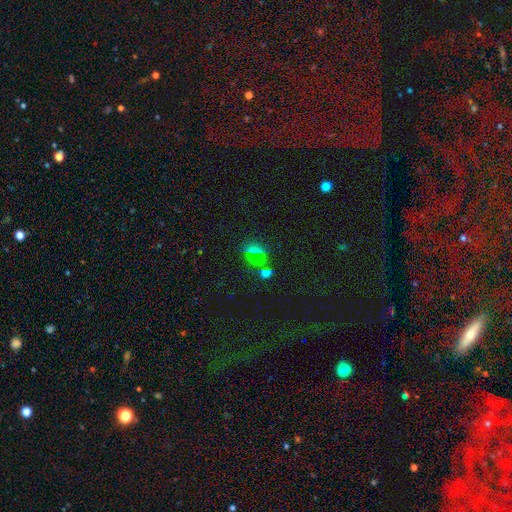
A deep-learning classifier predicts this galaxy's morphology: Smooth or featured?
  - smooth: 54% *
  - star or artifact: 37%
  - featured or disk: 9%
How rounded?
  - round: 51% *
  - in between: 42%
  - cigar-shaped: 7%
Merging?
  - none: 70% *
  - minor disturbance: 13%
  - merger: 10%
  - major disturbance: 7%